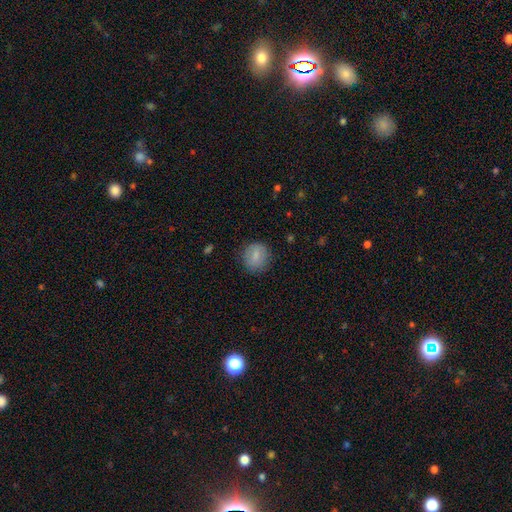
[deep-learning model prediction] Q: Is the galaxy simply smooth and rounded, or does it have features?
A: smooth — 82%.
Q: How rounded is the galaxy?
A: round — 82%.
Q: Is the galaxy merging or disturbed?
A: none — 83%.